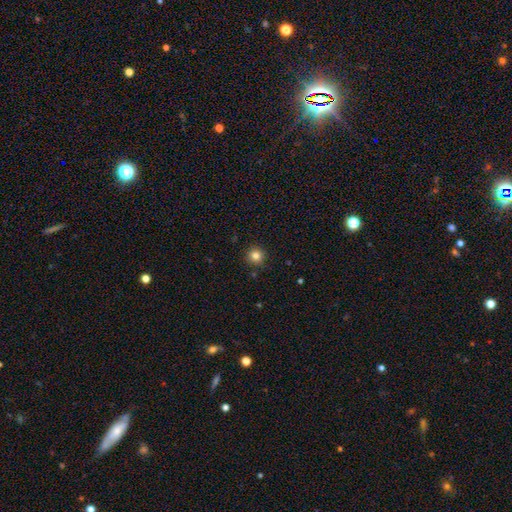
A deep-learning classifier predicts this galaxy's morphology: A smooth galaxy with no disk features (82%) that is round (95%). Merging: none (91%).